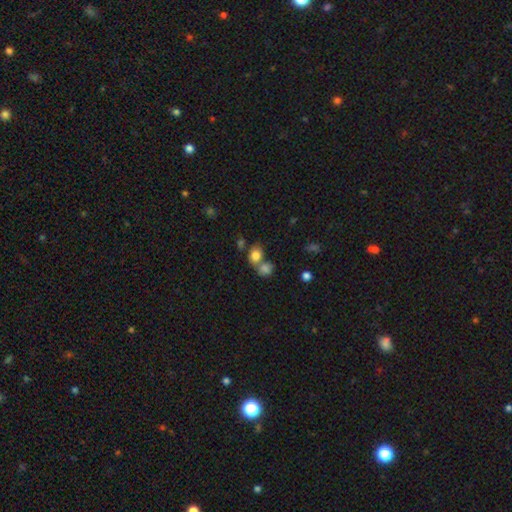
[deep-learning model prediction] The model was most divided on "merging": none: 43%, merger: 42%, minor disturbance: 10%, major disturbance: 4%. More confident: smooth or featured — smooth (81%); how rounded — round (53%).